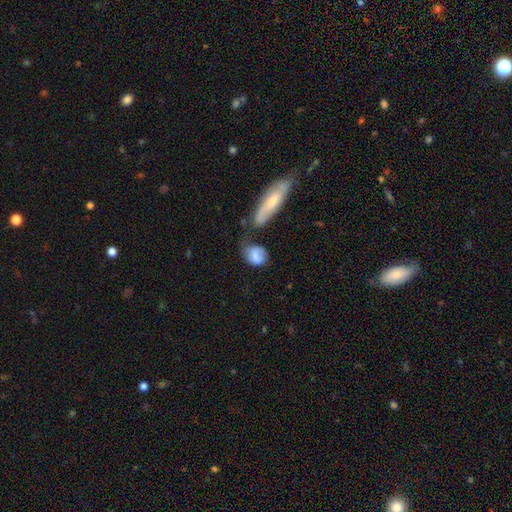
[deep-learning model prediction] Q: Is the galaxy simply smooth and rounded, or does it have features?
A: smooth — 68%.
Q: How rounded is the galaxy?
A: in between — 64%.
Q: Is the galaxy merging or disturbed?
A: none — 42%.